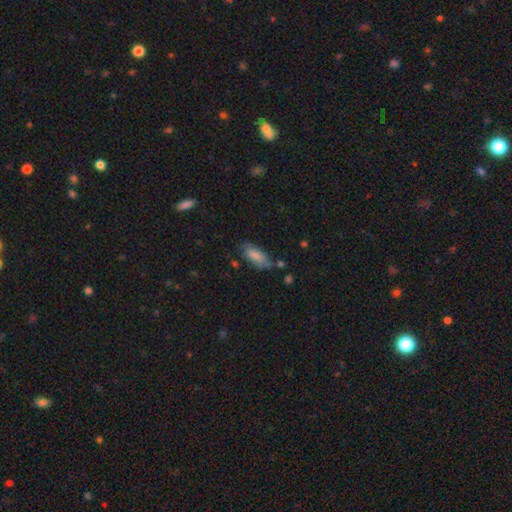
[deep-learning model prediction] smooth-or-featured: smooth: 81% | featured or disk: 13% | star or artifact: 7%
  how-rounded: in between: 81% | cigar-shaped: 17% | round: 2%
  merging: none: 66% | minor disturbance: 23% | major disturbance: 6% | merger: 5%